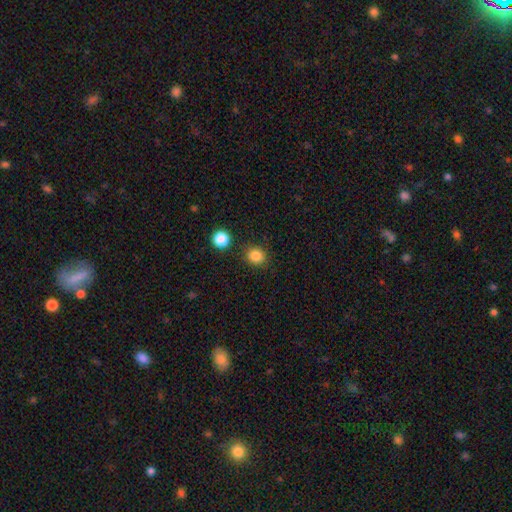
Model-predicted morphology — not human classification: type=smooth (84%); roundness=round (83%); merging=none (86%).